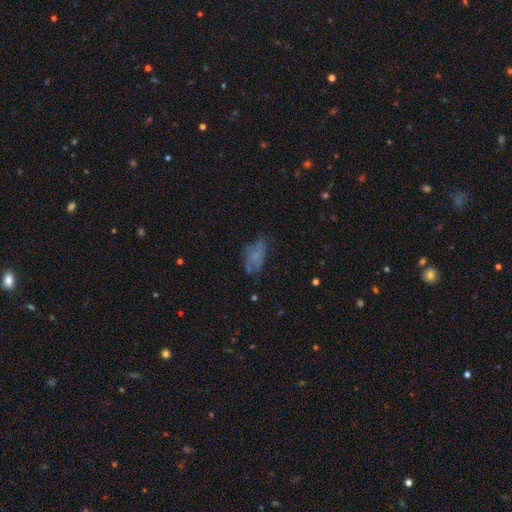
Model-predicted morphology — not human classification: Overall: smooth (57%; featured or disk 28%). How rounded: in between (86%). Merging: none (55%; minor disturbance 25%).